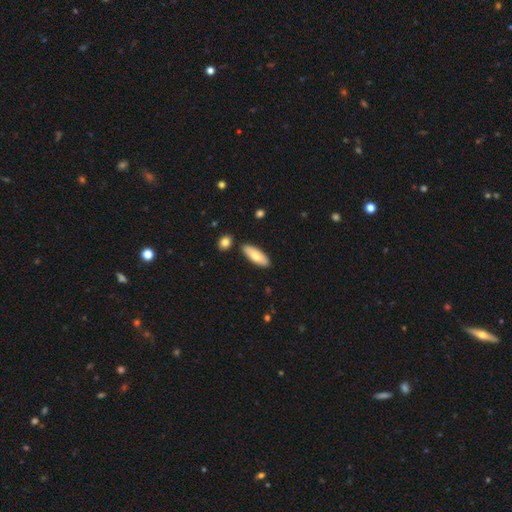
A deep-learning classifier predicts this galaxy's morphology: The model was most divided on "how rounded": in between: 66%, cigar-shaped: 32%, round: 2%. More confident: merging — none (86%); smooth or featured — smooth (72%).